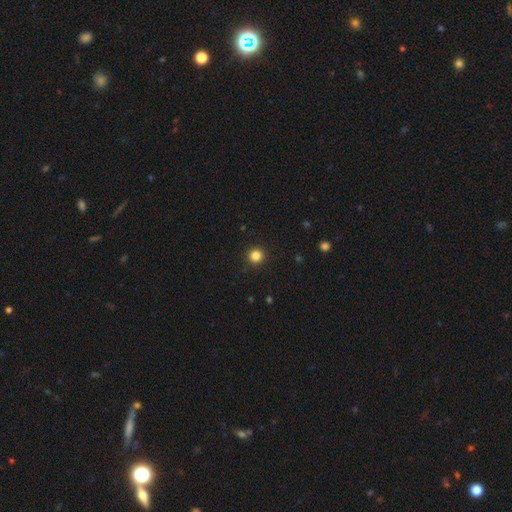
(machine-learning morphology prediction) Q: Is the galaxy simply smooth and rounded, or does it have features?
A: smooth — 84%.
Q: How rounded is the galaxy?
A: round — 95%.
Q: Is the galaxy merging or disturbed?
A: none — 93%.